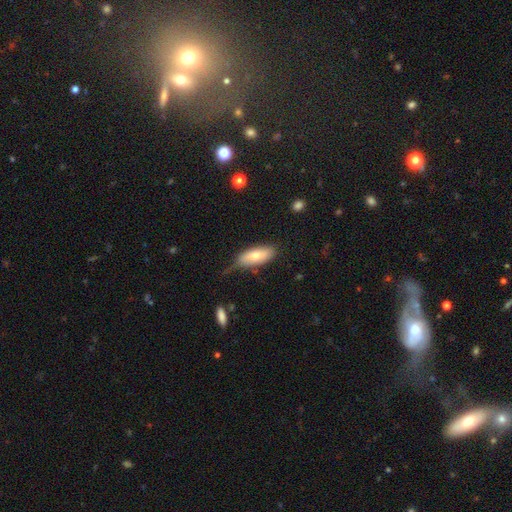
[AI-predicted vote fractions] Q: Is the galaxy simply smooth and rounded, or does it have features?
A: smooth — 73%.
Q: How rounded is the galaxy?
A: in between — 80%.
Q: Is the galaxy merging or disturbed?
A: none — 53%.